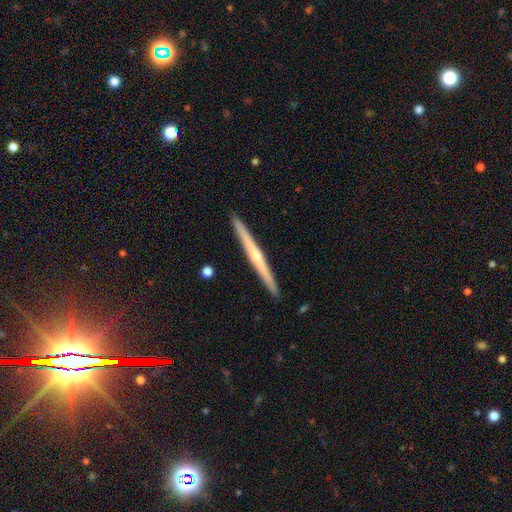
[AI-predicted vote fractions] Smooth or featured?
  - featured or disk: 72% *
  - smooth: 23%
  - star or artifact: 5%
Edge-on disk?
  - yes: 98% *
  - no: 2%
Edge-on bulge?
  - rounded: 69% *
  - none: 27%
  - boxy: 4%
Merging?
  - none: 93% *
  - minor disturbance: 5%
  - major disturbance: 1%
  - merger: 1%